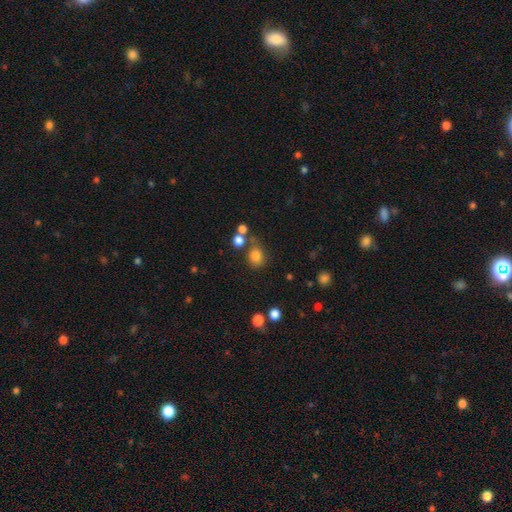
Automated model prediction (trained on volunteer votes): Smooth or featured? smooth (80%)
How rounded? round (71%)
Merging? none (67%)